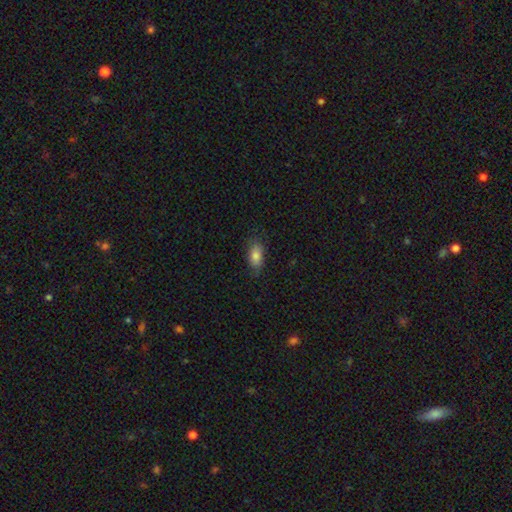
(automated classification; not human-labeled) Smooth or featured?
  - smooth: 81% *
  - featured or disk: 11%
  - star or artifact: 8%
How rounded?
  - in between: 89% *
  - cigar-shaped: 6%
  - round: 5%
Merging?
  - none: 76% *
  - minor disturbance: 19%
  - major disturbance: 4%
  - merger: 1%